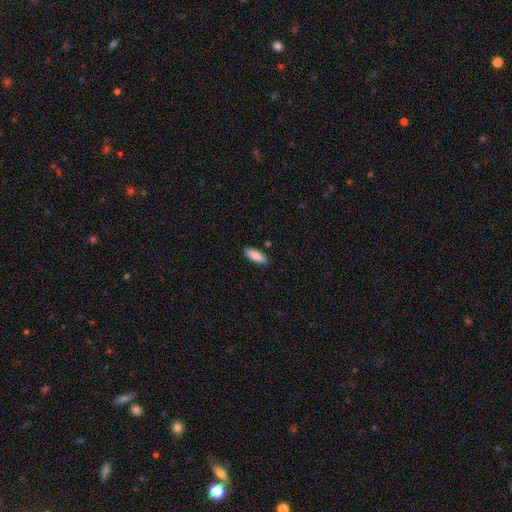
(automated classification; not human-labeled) Morphology: type=smooth (89%); roundness=in between (73%); merging=none (87%).